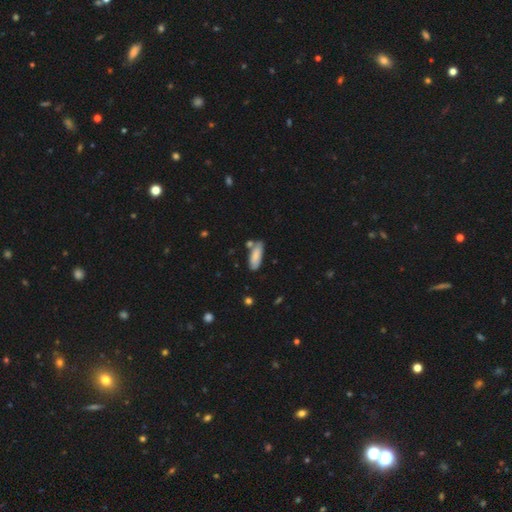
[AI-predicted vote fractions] Q: Smooth or featured?
A: smooth (83%); runner-up: featured or disk (11%)
Q: How rounded?
A: in between (64%); runner-up: cigar-shaped (34%)
Q: Merging?
A: none (65%); runner-up: minor disturbance (19%)